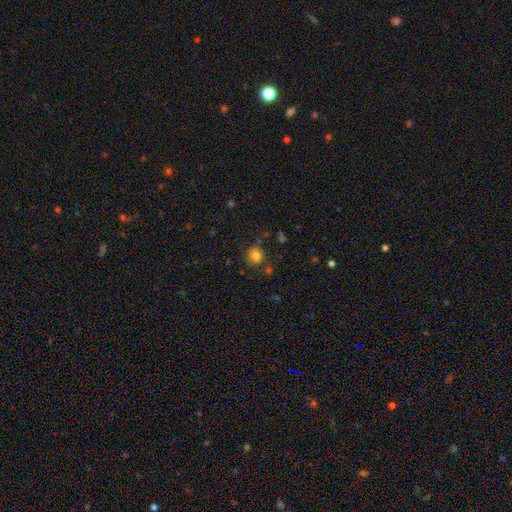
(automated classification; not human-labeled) This is likely a smooth galaxy (79%). How rounded: clearly round (86%). Merging: likely none (79%).